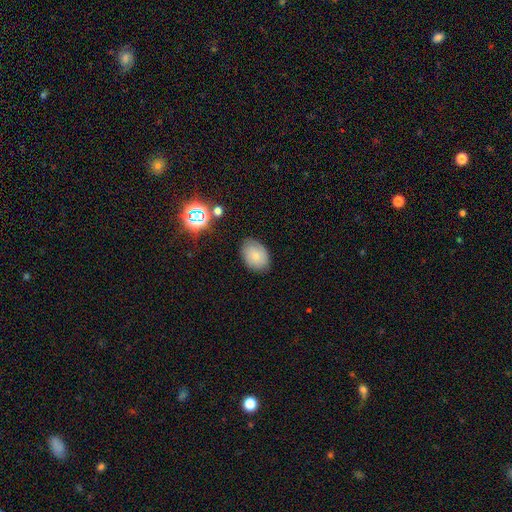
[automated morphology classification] Overall: smooth (70%). How rounded: in between (77%). Merging: none (80%).